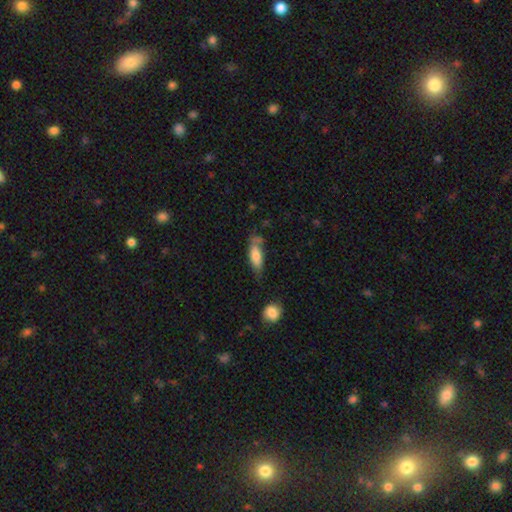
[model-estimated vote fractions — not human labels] Overall: smooth (71%). How rounded: in between (69%). Merging: none (47%; minor disturbance 31%).